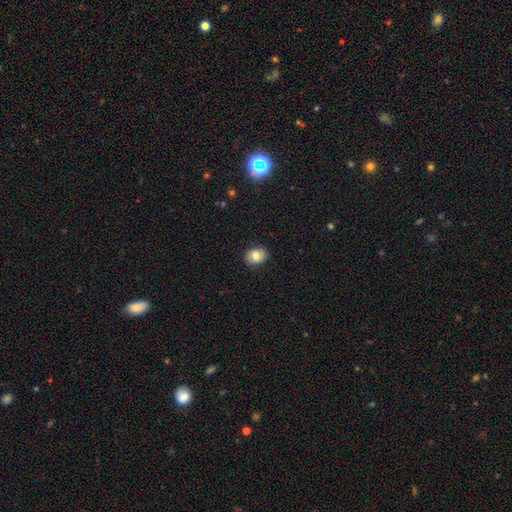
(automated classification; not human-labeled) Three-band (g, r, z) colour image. It shows a smooth galaxy with no disk features (75%) that is in between round and cigar-shaped (66%). Merging: none (87%).